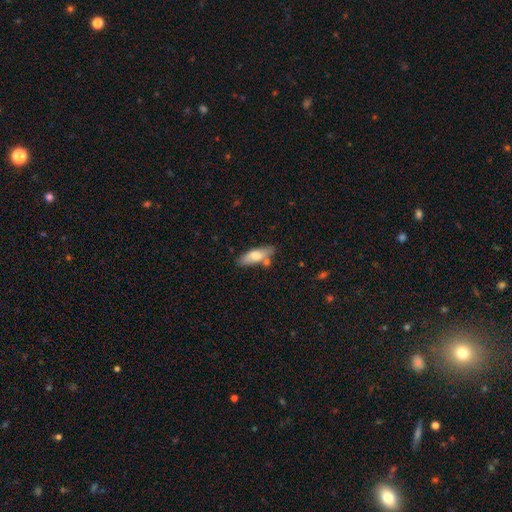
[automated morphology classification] type=smooth (68%); roundness=in between (63%); merging=none (71%).